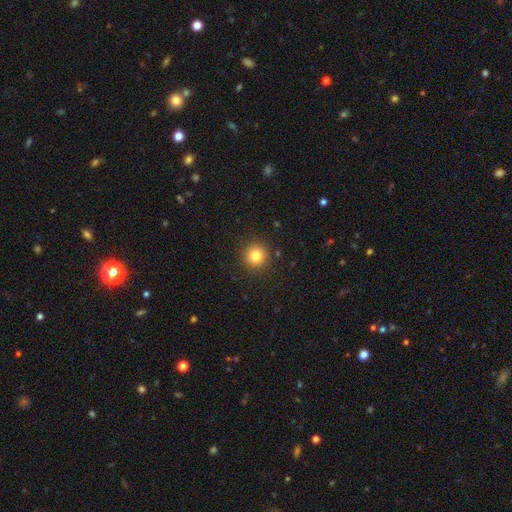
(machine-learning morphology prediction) type=smooth (82%); roundness=round (94%); merging=none (91%).